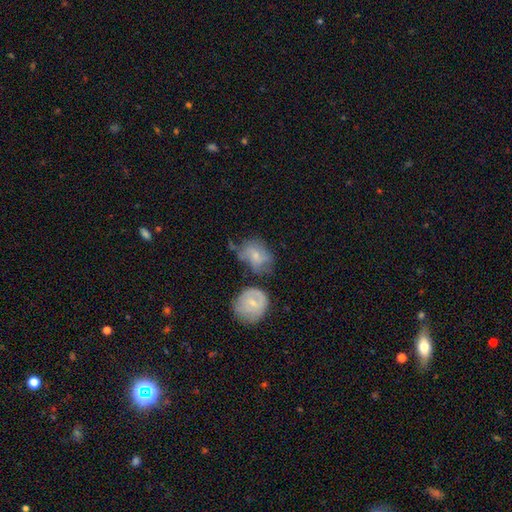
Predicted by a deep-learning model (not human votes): Overall: smooth (48%; featured or disk 43%). Merging: none (39%; minor disturbance 25%).